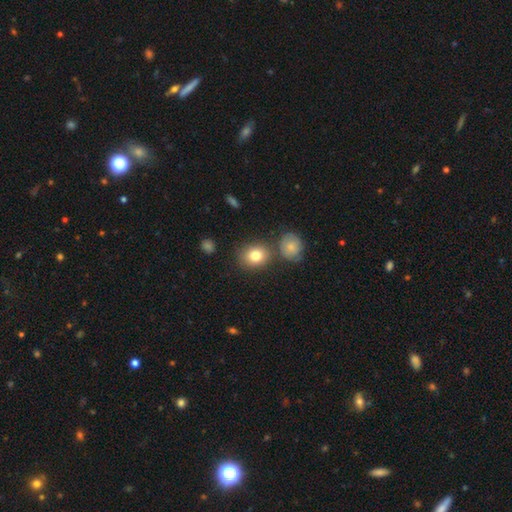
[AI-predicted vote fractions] Smooth or featured: smooth — 81% (featured or disk — 10%)
How rounded: round — 64% (in between — 35%)
Merging: none — 71% (merger — 13%)